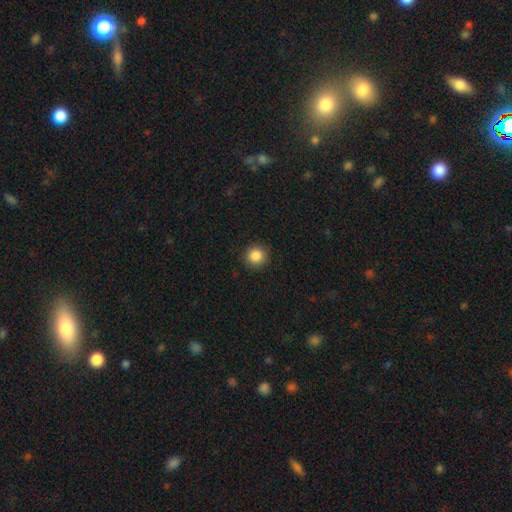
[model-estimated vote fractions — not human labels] Smooth or featured?
  - smooth: 86% *
  - star or artifact: 10%
  - featured or disk: 4%
How rounded?
  - round: 94% *
  - in between: 5%
  - cigar-shaped: 1%
Merging?
  - none: 91% *
  - minor disturbance: 6%
  - major disturbance: 2%
  - merger: 1%